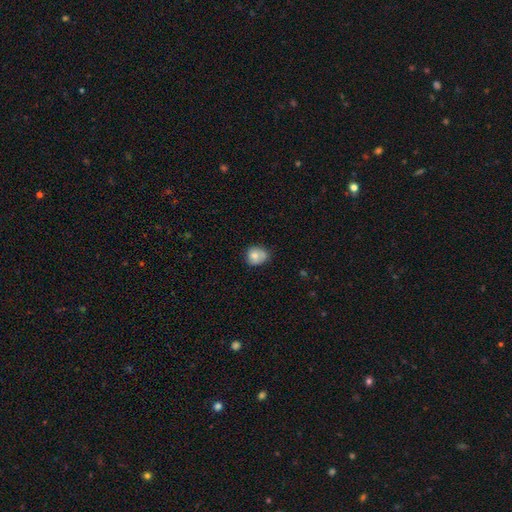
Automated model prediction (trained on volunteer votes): Smooth or featured? smooth (74%)
How rounded? round (68%)
Merging? none (50%)